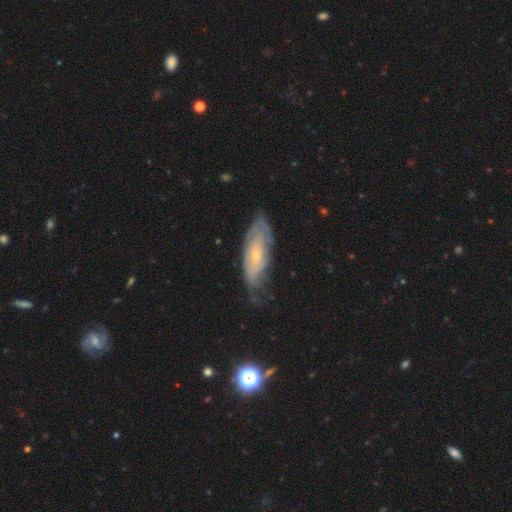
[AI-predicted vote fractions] Smooth or featured: featured or disk — 67% (smooth — 27%)
Edge-on disk: no — 83% (yes — 17%)
Bar: no — 76% (weak — 20%)
Spiral arms: yes — 79% (no — 21%)
Bulge size: small — 71% (moderate — 24%)
Merging: none — 60% (minor disturbance — 28%)